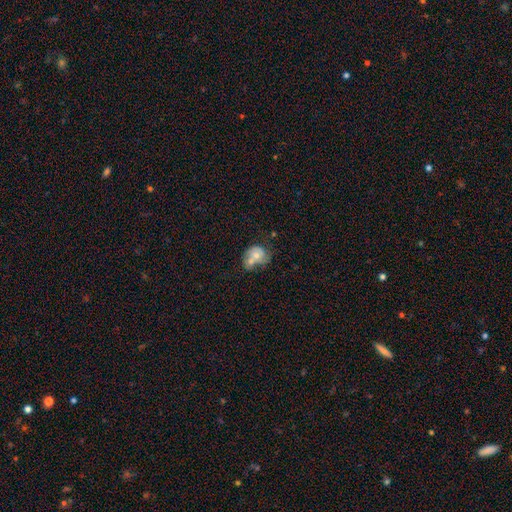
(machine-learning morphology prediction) A smooth galaxy with no disk features (56%) that is in between round and cigar-shaped (50%). Merging: merger (52%).